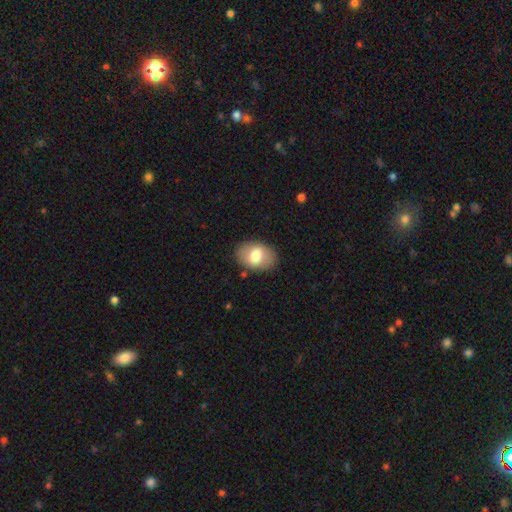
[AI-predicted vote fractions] Smooth or featured? smooth (72%)
How rounded? in between (80%)
Merging? none (84%)